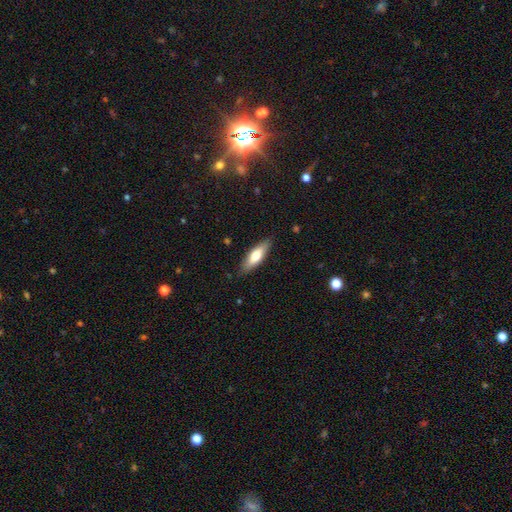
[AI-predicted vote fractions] smooth_or_featured: smooth (p=0.67) [alt: featured or disk p=0.27]
how_rounded: in between (p=0.49) [tied with: cigar-shaped p=0.49]
merging: none (p=0.86) [alt: minor disturbance p=0.11]